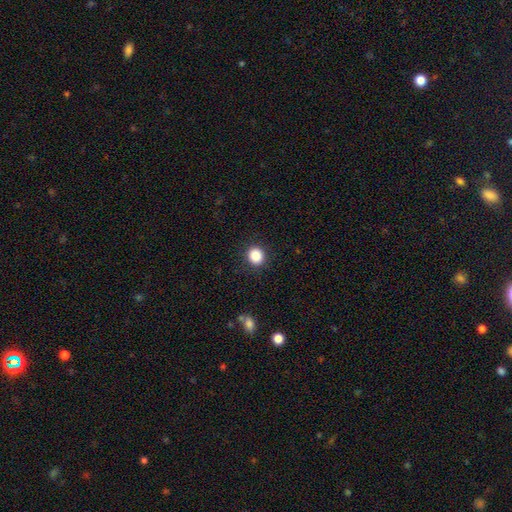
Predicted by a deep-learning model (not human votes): A smooth galaxy with no disk features (88%) that is round (84%).

Vote fractions:
- Smooth or featured? smooth: 88% / star or artifact: 9% / featured or disk: 3%
- How rounded? round: 84% / in between: 15% / cigar-shaped: 1%
- Merging? none: 90% / minor disturbance: 7% / major disturbance: 2% / merger: 1%